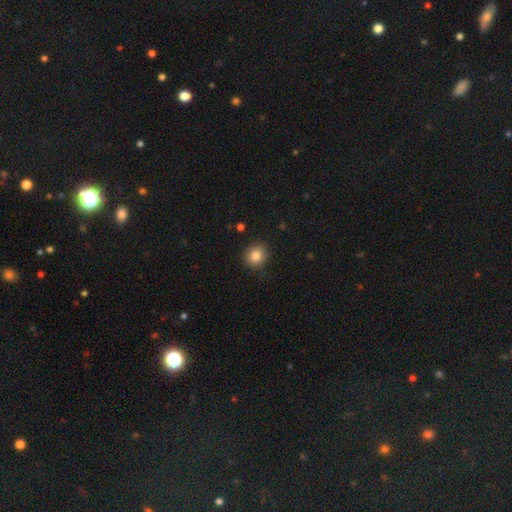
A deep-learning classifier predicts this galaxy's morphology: smooth-or-featured: smooth: 85% | star or artifact: 10% | featured or disk: 5%
  how-rounded: round: 88% | in between: 11% | cigar-shaped: 1%
  merging: none: 89% | minor disturbance: 7% | major disturbance: 2% | merger: 1%